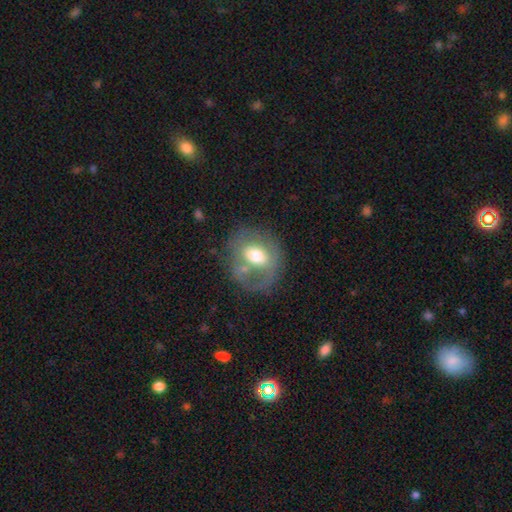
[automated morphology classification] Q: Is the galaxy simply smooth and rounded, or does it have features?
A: smooth — 51%.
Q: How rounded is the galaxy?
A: round — 54%.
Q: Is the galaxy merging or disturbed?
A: none — 46%.